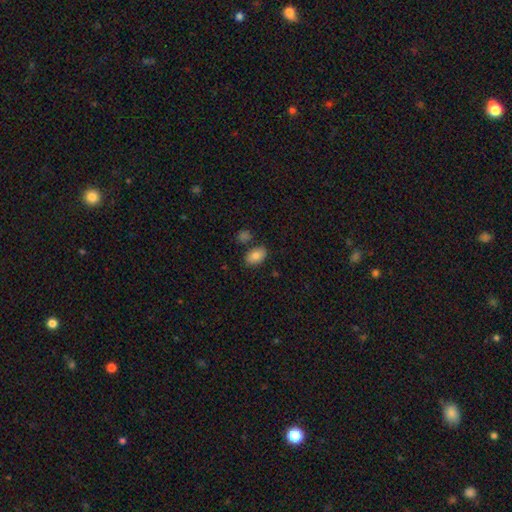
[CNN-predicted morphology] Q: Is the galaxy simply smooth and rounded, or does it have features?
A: smooth — 83%.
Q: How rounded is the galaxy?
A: in between — 88%.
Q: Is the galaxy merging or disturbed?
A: none — 79%.